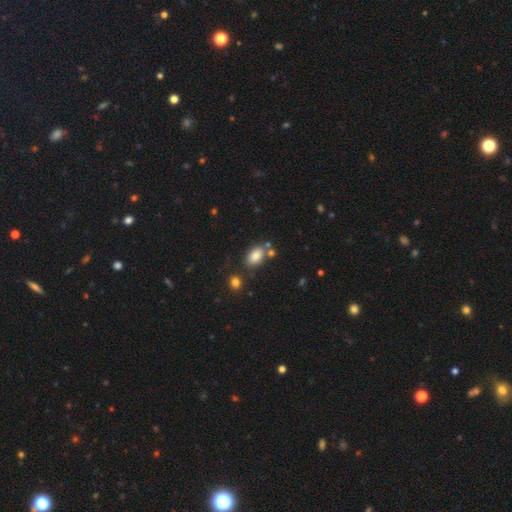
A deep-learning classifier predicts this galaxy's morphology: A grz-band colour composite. It shows a smooth galaxy with no disk features (83%) that is in between round and cigar-shaped (88%). Merging: none (69%).